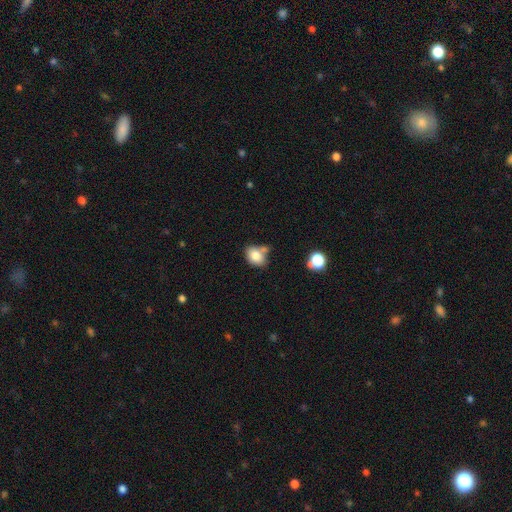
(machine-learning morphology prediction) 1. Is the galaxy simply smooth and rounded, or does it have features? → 80% smooth, 10% featured or disk, 10% star or artifact.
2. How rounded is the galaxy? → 65% in between, 34% round, 1% cigar-shaped.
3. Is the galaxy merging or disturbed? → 54% none, 21% merger, 19% minor disturbance, 5% major disturbance.